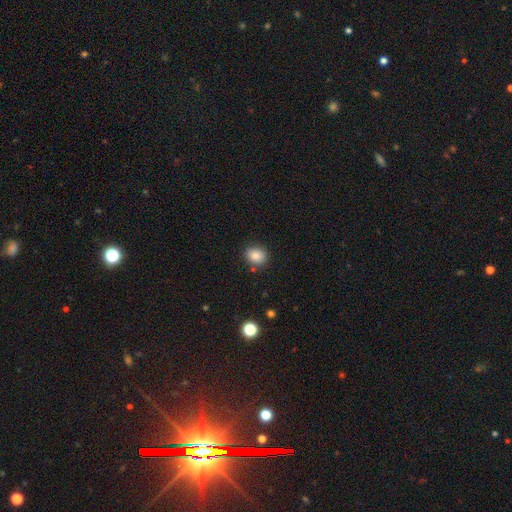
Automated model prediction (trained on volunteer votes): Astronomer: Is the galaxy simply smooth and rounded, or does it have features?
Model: smooth — 84%.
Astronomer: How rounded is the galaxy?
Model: round — 58% (runner-up: in between, 41%).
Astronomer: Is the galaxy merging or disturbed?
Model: none — 83%.